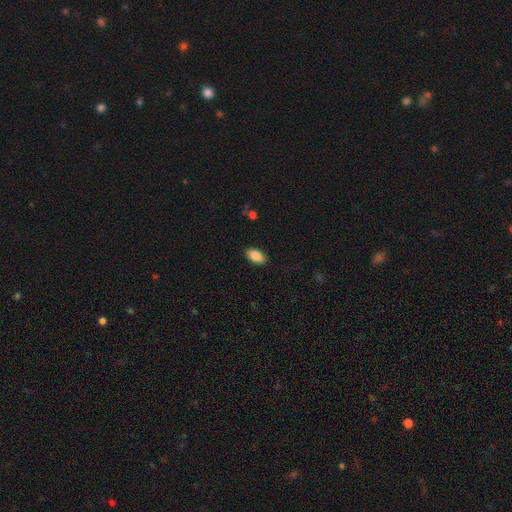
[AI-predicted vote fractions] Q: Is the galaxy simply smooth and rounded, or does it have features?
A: smooth — 87%.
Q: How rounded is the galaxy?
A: in between — 93%.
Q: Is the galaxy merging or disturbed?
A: none — 88%.